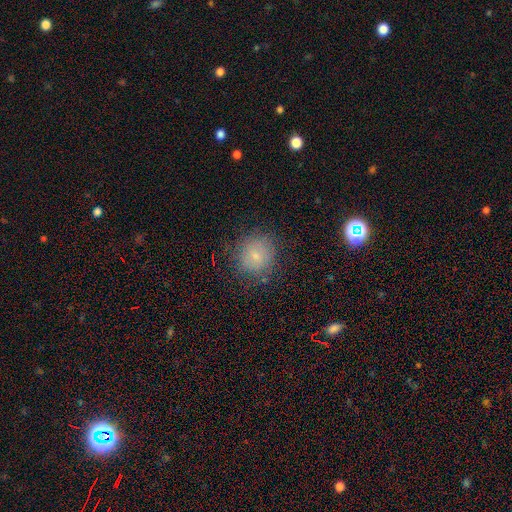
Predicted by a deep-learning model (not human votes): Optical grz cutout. It shows a smooth galaxy with no disk features (74%) that is round (88%). Merging: none (79%).